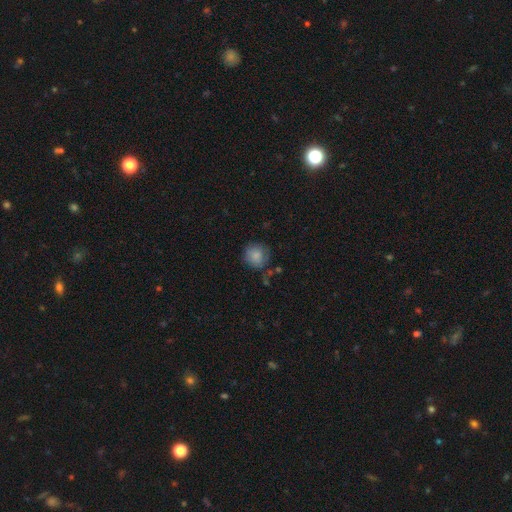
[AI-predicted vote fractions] The model was most divided on "merging": none: 70%, minor disturbance: 20%, major disturbance: 6%, merger: 4%. More confident: how rounded — round (89%); smooth or featured — smooth (84%).